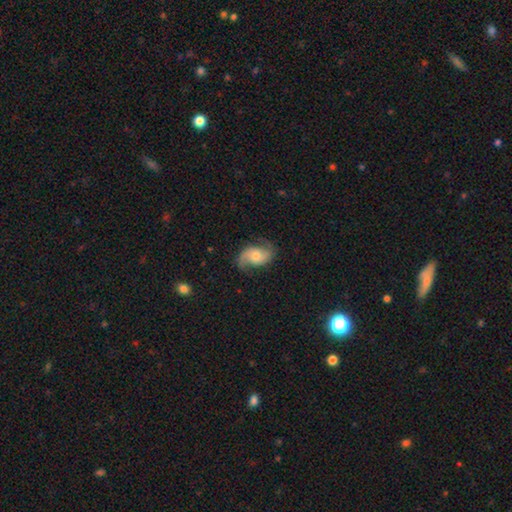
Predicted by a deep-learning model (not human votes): Morphology: type=featured or disk (73%); edge-on=no (97%); bar=no (65%); spiral arms=yes (94%); winding=loose (47%); arm count=2 (89%); bulge=moderate (50%); merging=none (71%).